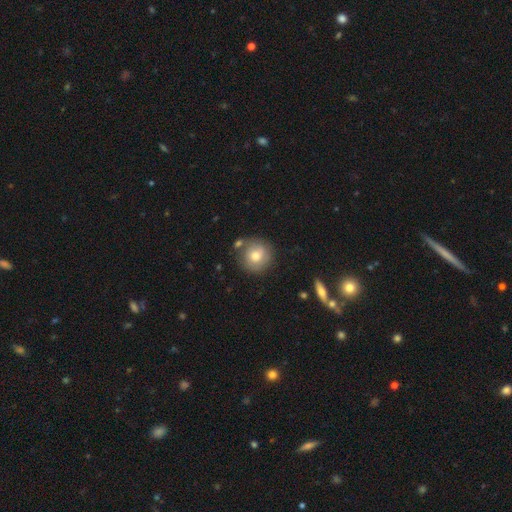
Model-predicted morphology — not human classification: This appears to be a smooth galaxy with no disk features (70%) that is round (92%). Merging: none (72%).